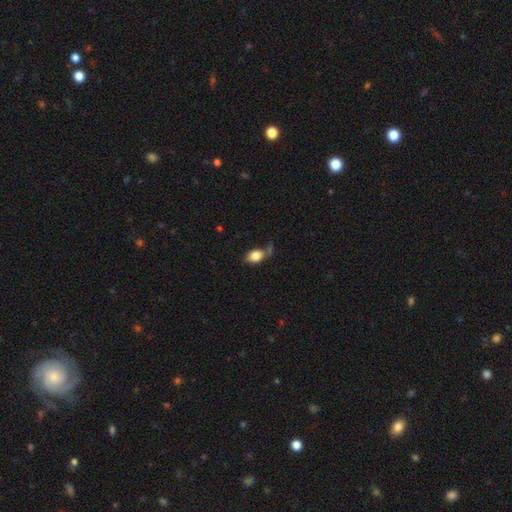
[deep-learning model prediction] This appears to be a smooth galaxy with no disk features (80%) that is in between round and cigar-shaped (84%). Merging: none (49%).